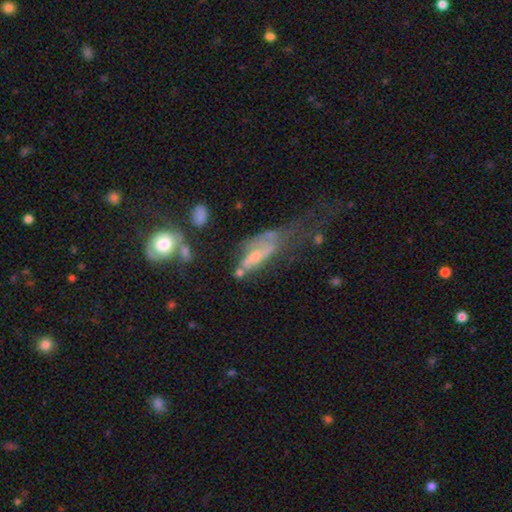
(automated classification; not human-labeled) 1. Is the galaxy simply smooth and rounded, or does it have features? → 60% featured or disk, 30% smooth, 11% star or artifact.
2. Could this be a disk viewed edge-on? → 82% no, 18% yes.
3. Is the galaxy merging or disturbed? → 44% major disturbance, 19% minor disturbance, 19% none, 18% merger.